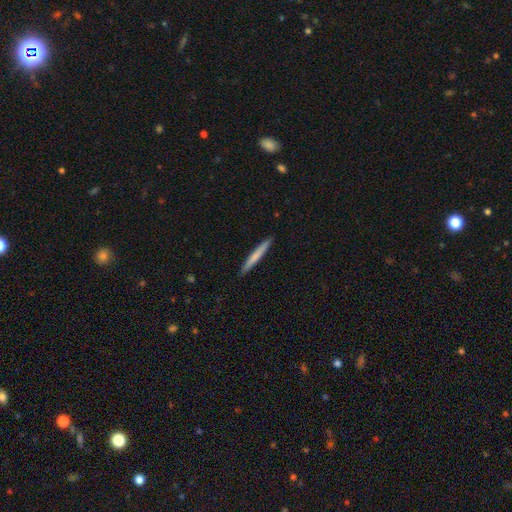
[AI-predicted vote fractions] This is likely a smooth galaxy (69%). How rounded: clearly cigar-shaped (97%). Merging: clearly none (92%).